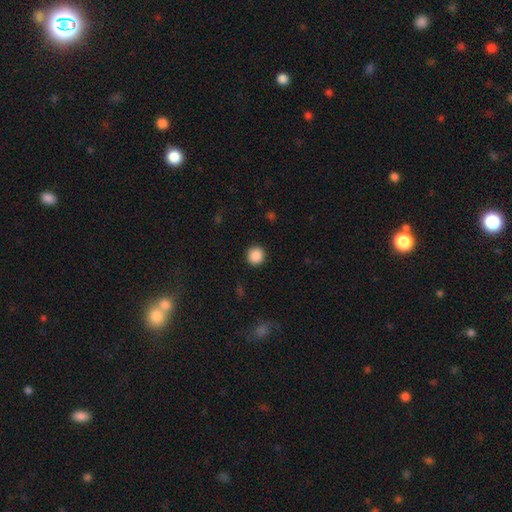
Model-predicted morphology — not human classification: This is clearly a smooth galaxy (88%). How rounded: clearly round (93%). Merging: clearly none (91%).